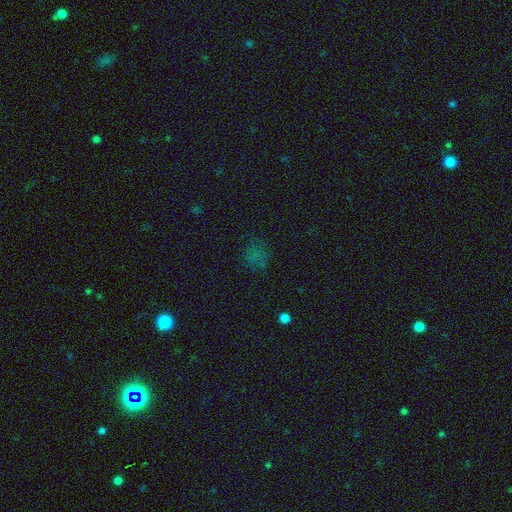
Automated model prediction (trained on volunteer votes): smooth-or-featured: smooth: 52% | star or artifact: 39% | featured or disk: 10%
  how-rounded: round: 71% | in between: 28% | cigar-shaped: 2%
  merging: none: 71% | minor disturbance: 17% | major disturbance: 10% | merger: 3%